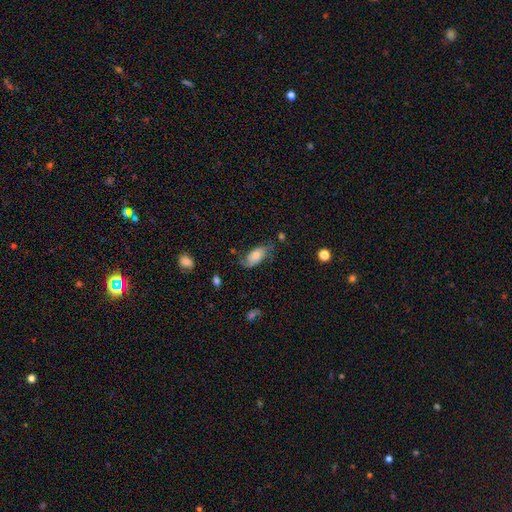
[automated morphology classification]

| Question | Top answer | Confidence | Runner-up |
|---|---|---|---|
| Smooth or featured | smooth | 54% | featured or disk (38%) |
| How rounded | in between | 90% | cigar-shaped (7%) |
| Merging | none | 55% | minor disturbance (28%) |